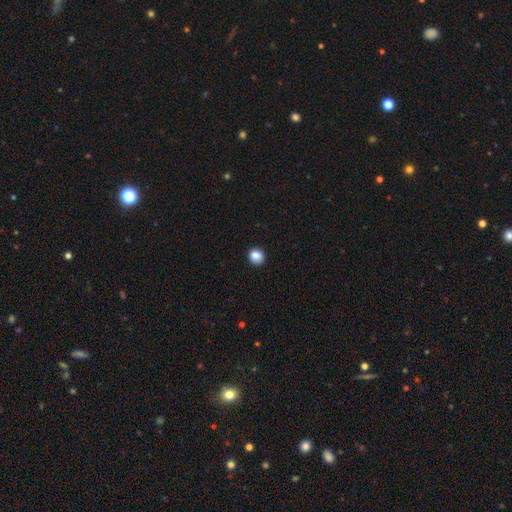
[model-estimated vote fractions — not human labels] The model was most divided on "how rounded": round: 85%, in between: 14%, cigar-shaped: 1%. More confident: merging — none (91%); smooth or featured — smooth (87%).